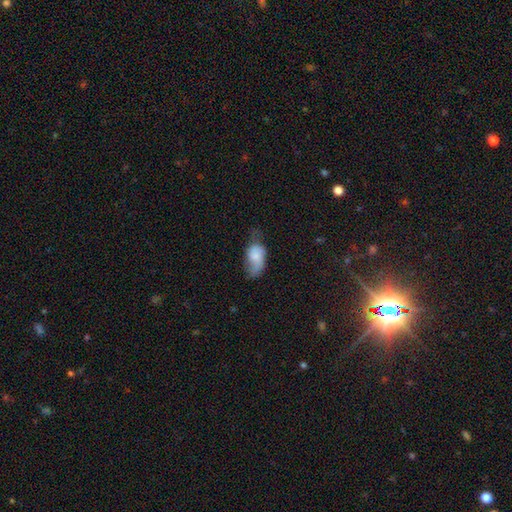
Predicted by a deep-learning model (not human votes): A smooth galaxy with no disk features (64%) that is in between round and cigar-shaped (91%). Merging: minor disturbance (37%).